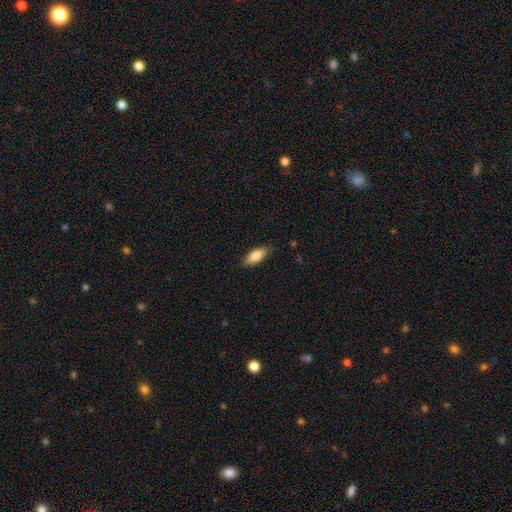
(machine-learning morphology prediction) Overall: smooth (82%). How rounded: in between (79%). Merging: none (83%).